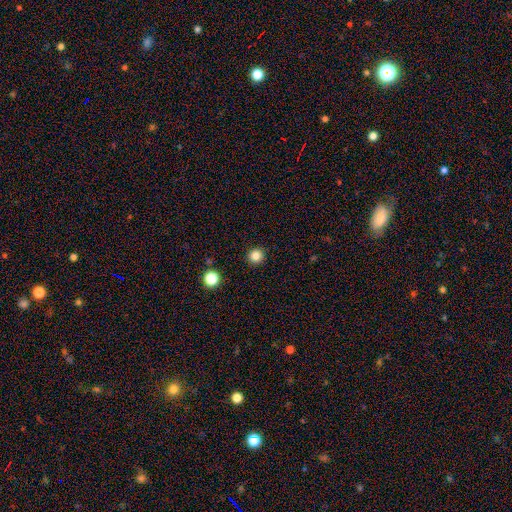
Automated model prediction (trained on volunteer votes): Smooth or featured?
  - smooth: 83% *
  - star or artifact: 13%
  - featured or disk: 4%
How rounded?
  - round: 94% *
  - in between: 5%
  - cigar-shaped: 1%
Merging?
  - none: 92% *
  - minor disturbance: 5%
  - major disturbance: 2%
  - merger: 1%